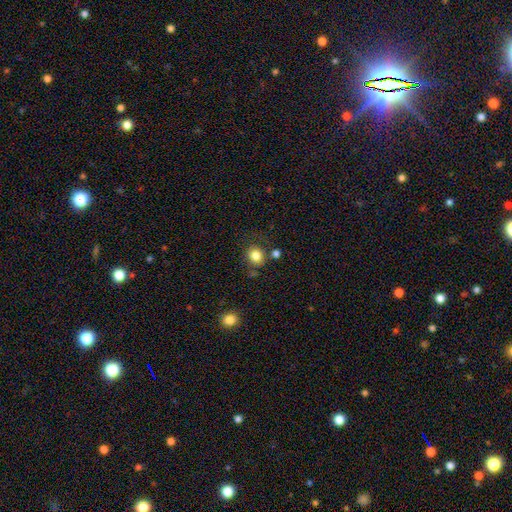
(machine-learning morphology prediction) smooth 83%, star or artifact 11%, featured or disk 6%. Down the decision tree: how rounded — round (84%); merging — none (75%).